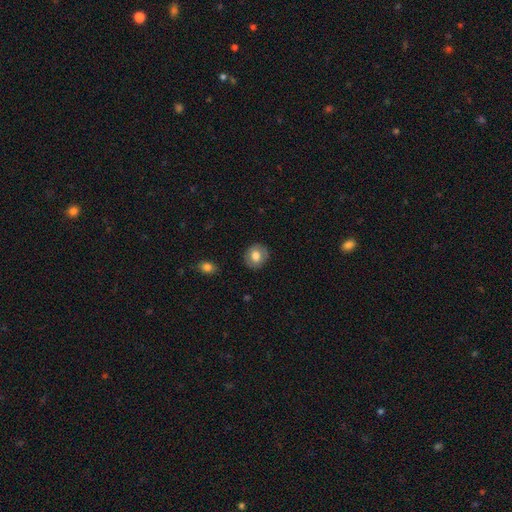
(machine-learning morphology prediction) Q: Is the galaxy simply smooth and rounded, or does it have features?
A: smooth — 71%.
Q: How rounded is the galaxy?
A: round — 75%.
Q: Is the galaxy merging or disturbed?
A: none — 85%.